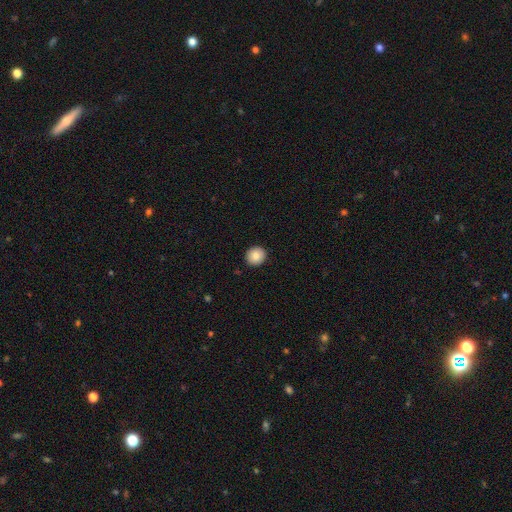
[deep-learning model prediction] smooth_or_featured: smooth (p=0.87) [alt: star or artifact p=0.08]
how_rounded: round (p=0.87) [alt: in between p=0.12]
merging: none (p=0.92) [alt: minor disturbance p=0.06]